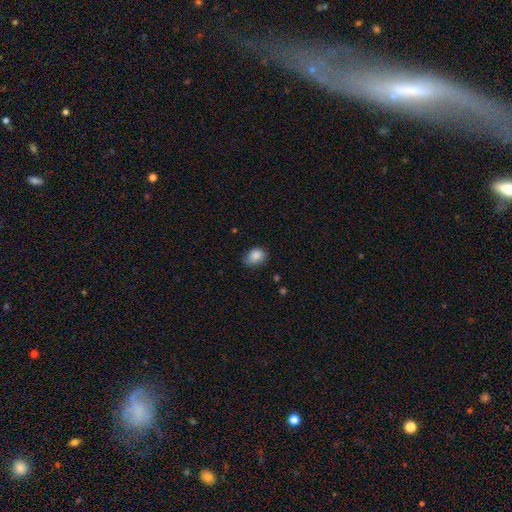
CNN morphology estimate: smooth 87%, star or artifact 8%, featured or disk 5%. Down the decision tree: how rounded — in between (58%); merging — none (63%).